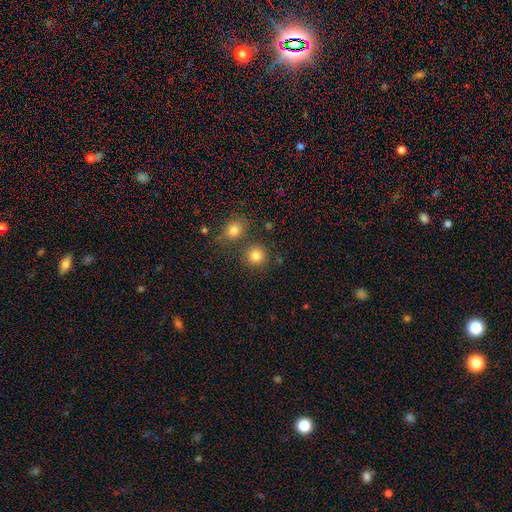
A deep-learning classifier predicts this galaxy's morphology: smooth-or-featured: smooth: 82% | star or artifact: 12% | featured or disk: 6%
  how-rounded: round: 91% | in between: 8% | cigar-shaped: 1%
  merging: none: 79% | merger: 10% | minor disturbance: 8% | major disturbance: 3%